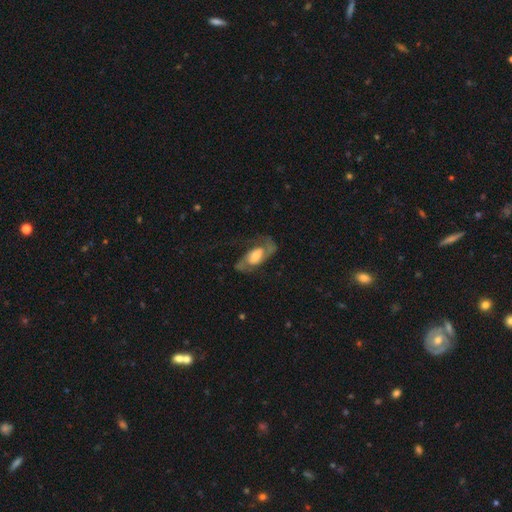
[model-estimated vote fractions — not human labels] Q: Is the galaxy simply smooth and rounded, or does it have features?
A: featured or disk — 75%.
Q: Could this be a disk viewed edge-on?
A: no — 93%.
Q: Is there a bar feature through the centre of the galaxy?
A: no — 57%.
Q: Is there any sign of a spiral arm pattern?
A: yes — 89%.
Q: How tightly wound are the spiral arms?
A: medium — 49%.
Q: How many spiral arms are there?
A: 2 — 85%.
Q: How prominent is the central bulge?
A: moderate — 49%.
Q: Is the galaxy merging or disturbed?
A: none — 61%.